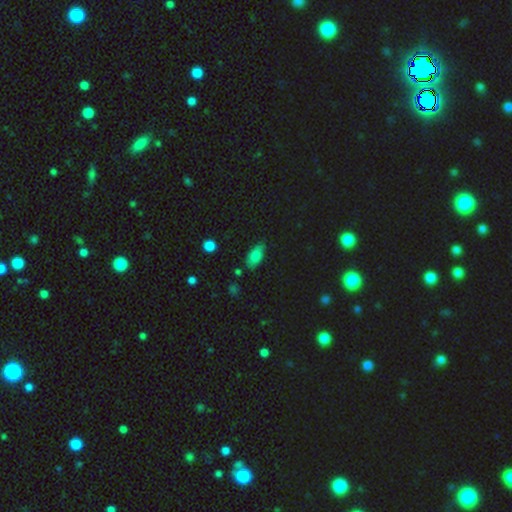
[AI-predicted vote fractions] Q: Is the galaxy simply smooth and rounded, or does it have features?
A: smooth — 76%.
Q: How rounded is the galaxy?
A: in between — 89%.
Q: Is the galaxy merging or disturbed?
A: none — 75%.